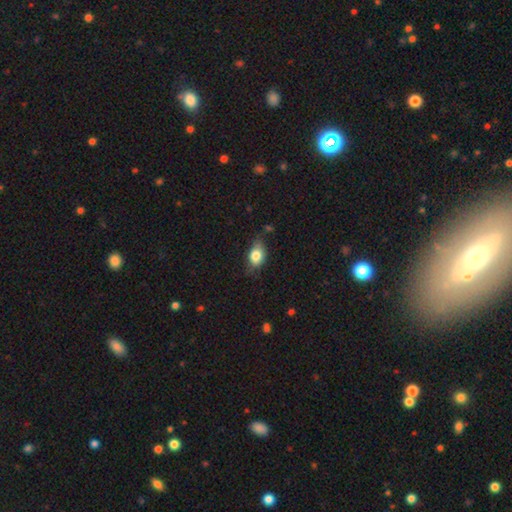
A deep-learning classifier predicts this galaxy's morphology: smooth-or-featured: smooth: 79% | featured or disk: 13% | star or artifact: 8%
  how-rounded: in between: 76% | round: 22% | cigar-shaped: 3%
  merging: none: 59% | minor disturbance: 30% | major disturbance: 7% | merger: 3%